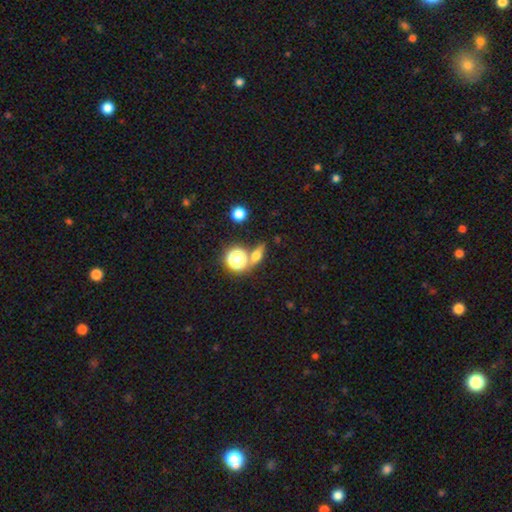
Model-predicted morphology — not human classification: Smooth or featured: smooth — 52% (featured or disk — 25%)
How rounded: in between — 39% (round — 37%)
Merging: none — 72% (merger — 13%)